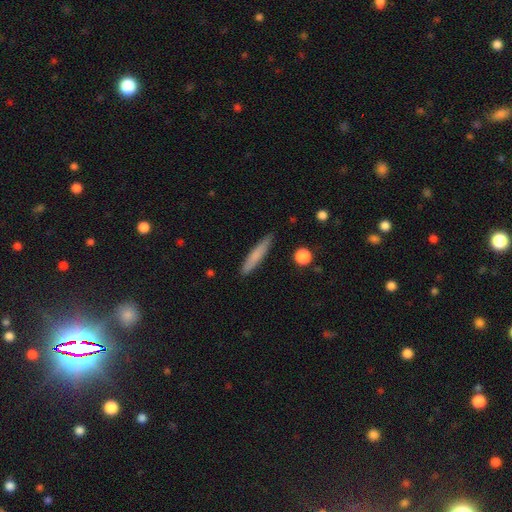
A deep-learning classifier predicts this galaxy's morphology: A smooth galaxy with no disk features (73%) that is cigar-shaped (93%). Merging: none (88%).